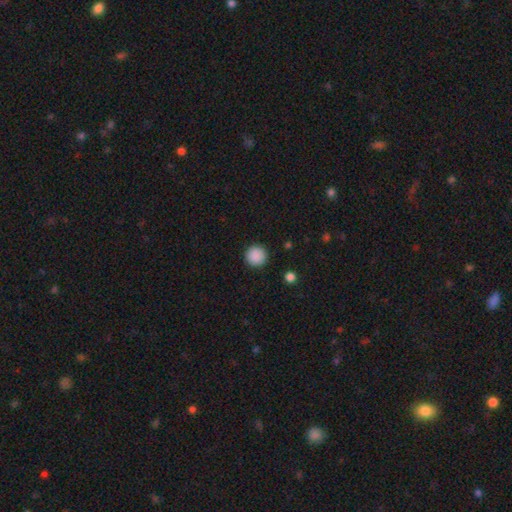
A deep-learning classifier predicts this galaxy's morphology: The model was most divided on "smooth or featured": smooth: 89%, star or artifact: 8%, featured or disk: 2%. More confident: how rounded — round (96%); merging — none (93%).